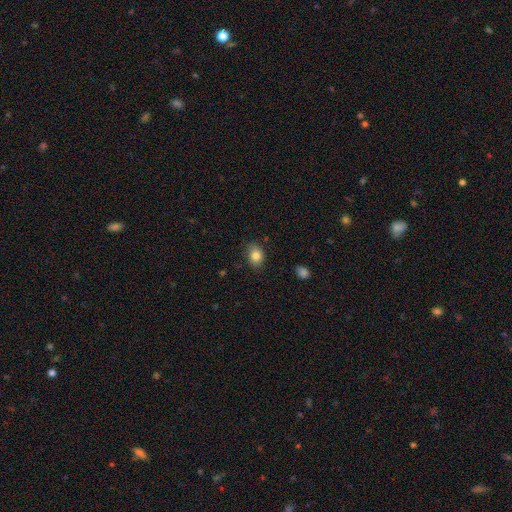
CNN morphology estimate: smooth-or-featured: smooth: 83% | star or artifact: 9% | featured or disk: 7%
  how-rounded: in between: 63% | round: 36% | cigar-shaped: 1%
  merging: none: 82% | minor disturbance: 14% | major disturbance: 3% | merger: 1%